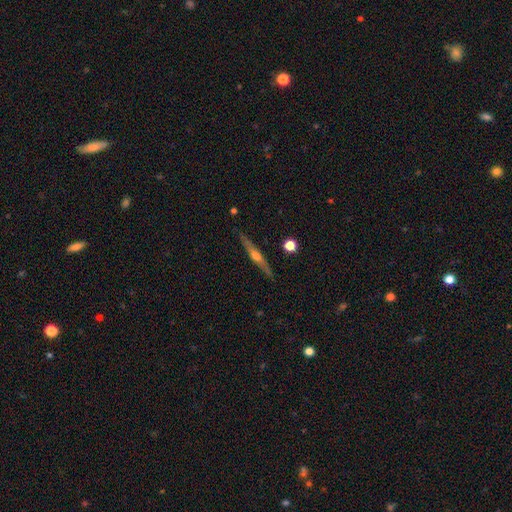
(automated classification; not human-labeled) Smooth or featured? featured or disk (70%)
Edge-on disk? yes (97%)
Edge-on bulge? rounded (83%)
Merging? none (89%)